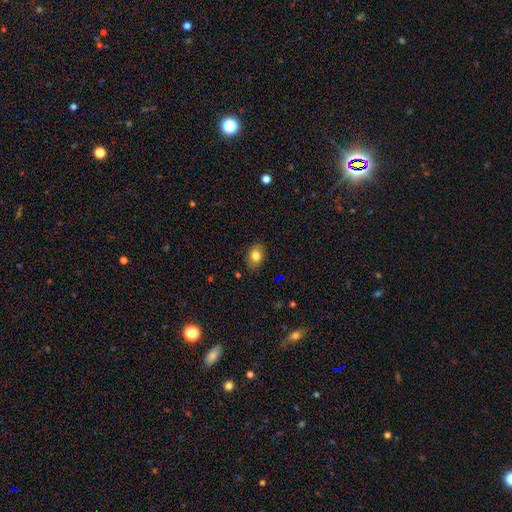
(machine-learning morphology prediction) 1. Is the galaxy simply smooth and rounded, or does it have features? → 80% smooth, 10% featured or disk, 10% star or artifact.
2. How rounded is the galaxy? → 73% in between, 26% round, 1% cigar-shaped.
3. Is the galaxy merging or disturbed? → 83% none, 13% minor disturbance, 3% major disturbance, 1% merger.